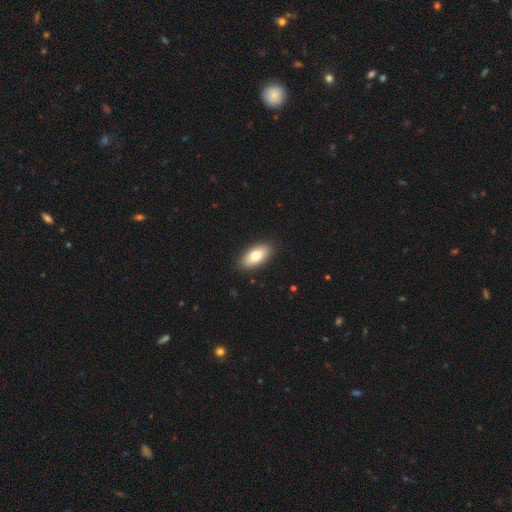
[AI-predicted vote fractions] smooth_or_featured: smooth (p=0.76) [alt: featured or disk p=0.18]
how_rounded: in between (p=0.91) [alt: cigar-shaped p=0.05]
merging: none (p=0.89) [alt: minor disturbance p=0.08]